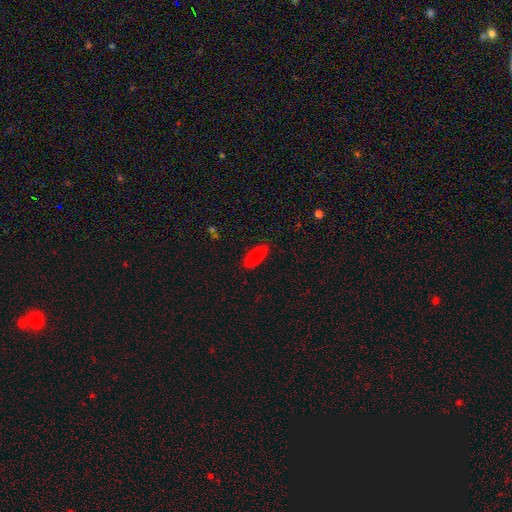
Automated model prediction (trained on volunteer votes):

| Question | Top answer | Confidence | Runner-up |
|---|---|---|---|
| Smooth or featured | smooth | 72% | featured or disk (21%) |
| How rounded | in between | 84% | cigar-shaped (13%) |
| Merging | none | 87% | minor disturbance (10%) |